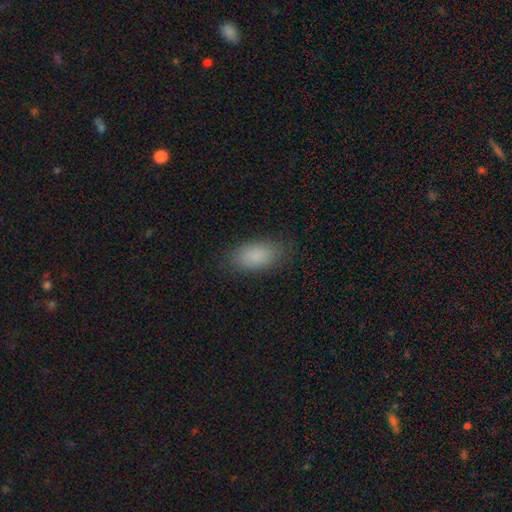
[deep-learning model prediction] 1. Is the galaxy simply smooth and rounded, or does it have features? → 87% smooth, 8% star or artifact, 5% featured or disk.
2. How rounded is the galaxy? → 92% in between, 4% round, 4% cigar-shaped.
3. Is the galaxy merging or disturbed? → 84% none, 11% minor disturbance, 3% major disturbance, 1% merger.